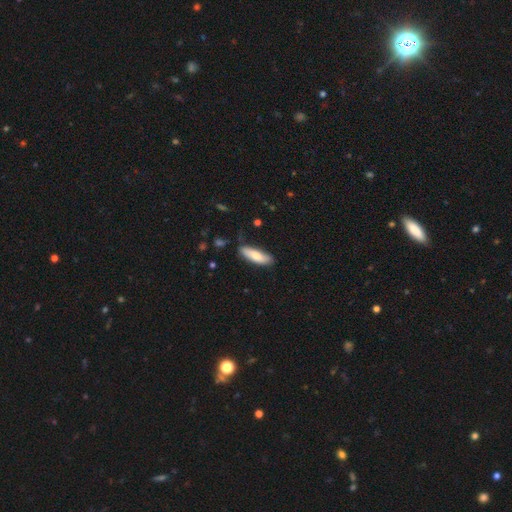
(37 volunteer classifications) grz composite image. It shows a smooth galaxy with no disk features (76%) that is cigar-shaped (61%). Merging: none (85%).